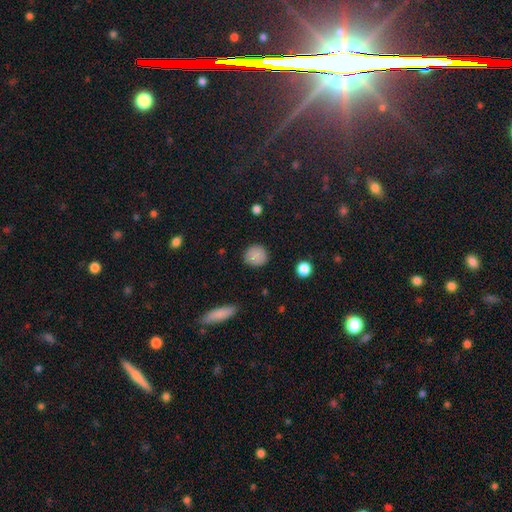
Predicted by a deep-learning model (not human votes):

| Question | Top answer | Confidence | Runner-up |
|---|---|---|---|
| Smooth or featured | smooth | 86% | star or artifact (9%) |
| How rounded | round | 88% | in between (11%) |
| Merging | none | 88% | minor disturbance (8%) |